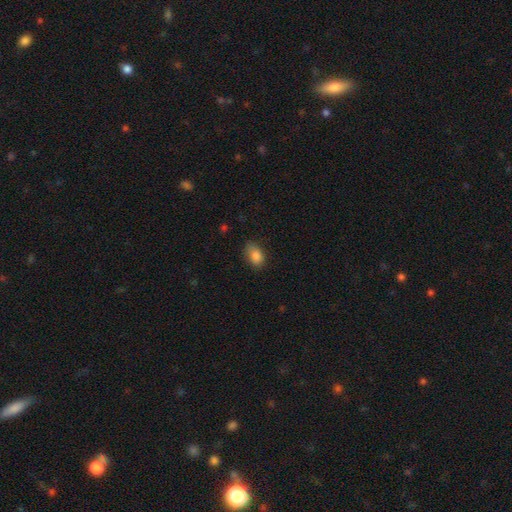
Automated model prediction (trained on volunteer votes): Smooth or featured? Predicted: smooth (p=0.86). How rounded? Predicted: in between (p=0.84). Merging? Predicted: none (p=0.75).